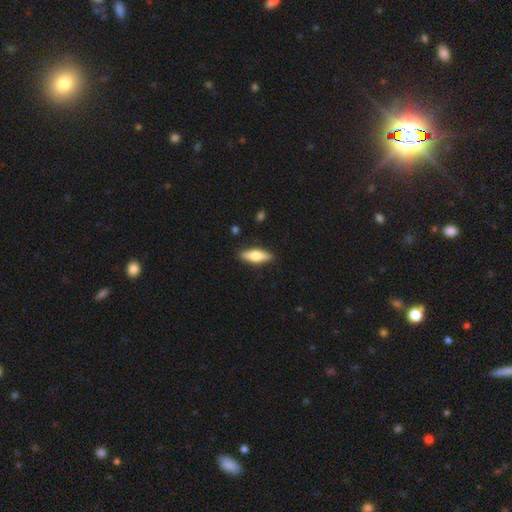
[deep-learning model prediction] smooth 64%, featured or disk 31%, star or artifact 6%. Down the decision tree: how rounded — in between (56%); merging — none (88%).